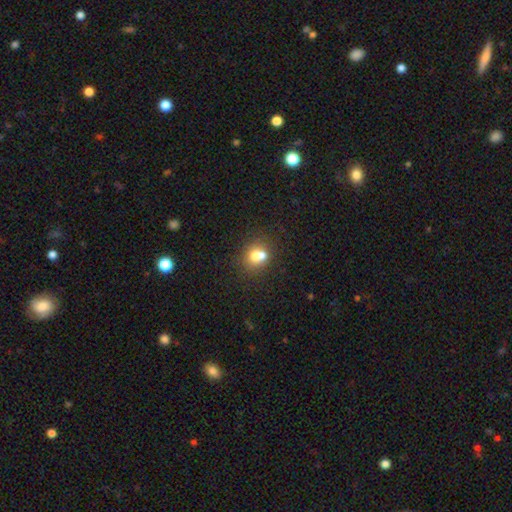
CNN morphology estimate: Q: Smooth or featured?
A: smooth (68%); runner-up: featured or disk (20%)
Q: How rounded?
A: round (66%); runner-up: in between (33%)
Q: Merging?
A: merger (50%); runner-up: none (38%)